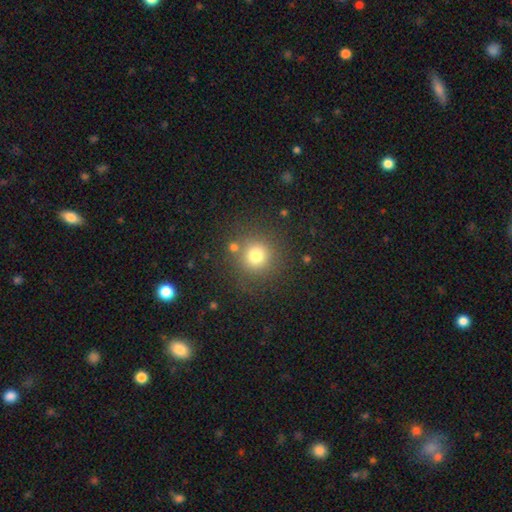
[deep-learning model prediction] smooth 76%, star or artifact 15%, featured or disk 8%. Down the decision tree: how rounded — round (93%); merging — none (81%).